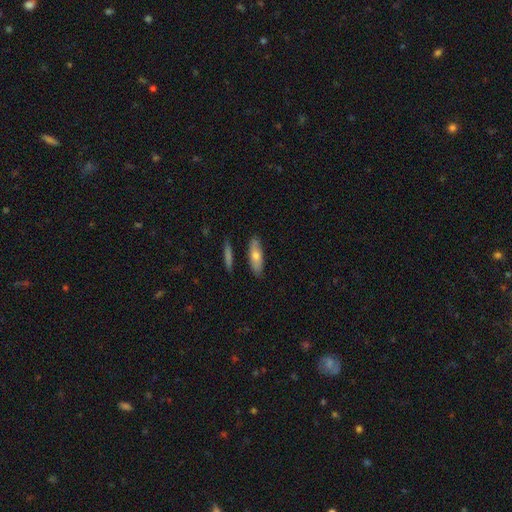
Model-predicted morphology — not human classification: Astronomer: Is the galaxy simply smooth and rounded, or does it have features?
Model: smooth — 65%.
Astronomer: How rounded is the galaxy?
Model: in between — 52% (runner-up: cigar-shaped, 45%).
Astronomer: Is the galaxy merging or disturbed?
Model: none — 82%.